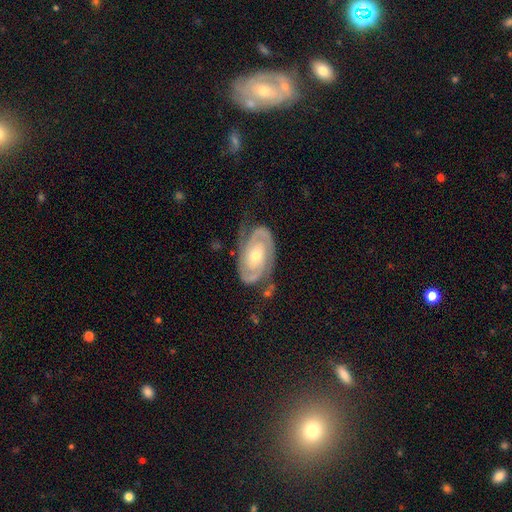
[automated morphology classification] Smooth or featured? Predicted: featured or disk (p=0.90). Edge-on disk? Predicted: no (p=0.97). Bar? Predicted: no (p=0.66). Spiral arms? Predicted: yes (p=0.98). Spiral winding? Predicted: tight (p=0.68). Spiral arm count? Predicted: 2 (p=0.89). Bulge size? Predicted: moderate (p=0.56). Merging? Predicted: none (p=0.76).